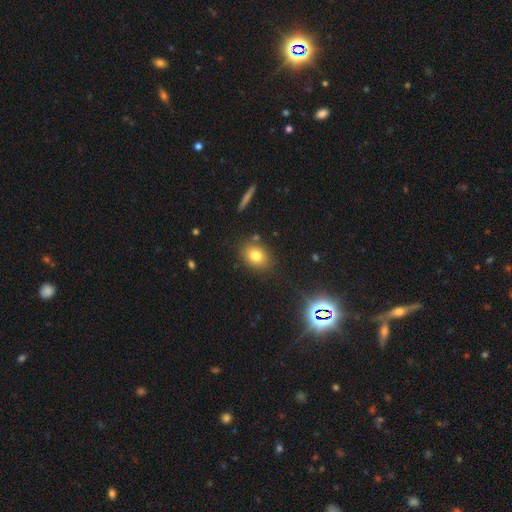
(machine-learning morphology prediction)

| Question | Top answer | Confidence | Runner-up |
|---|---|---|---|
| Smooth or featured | smooth | 77% | star or artifact (13%) |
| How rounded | in between | 51% | round (47%) |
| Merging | none | 83% | minor disturbance (10%) |